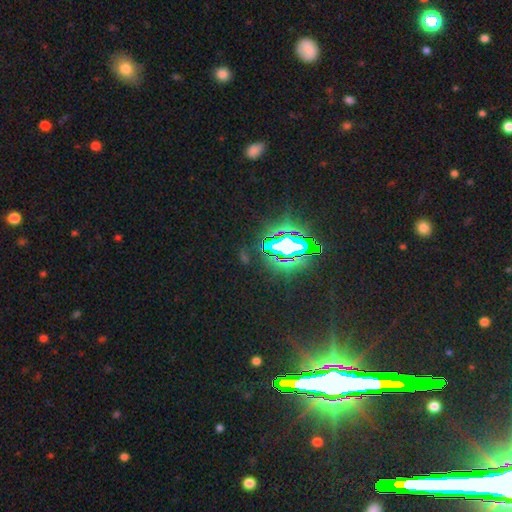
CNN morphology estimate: Smooth or featured? star or artifact (82%)